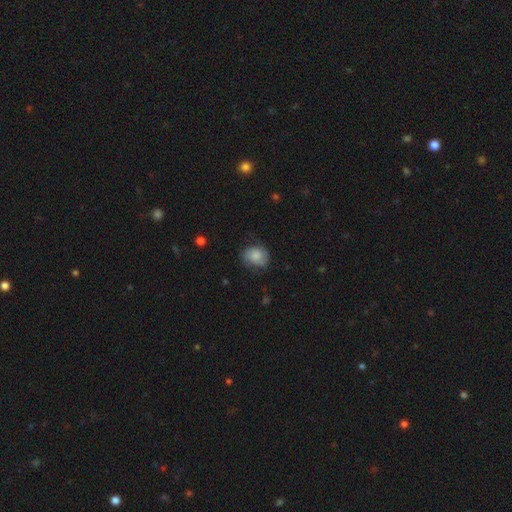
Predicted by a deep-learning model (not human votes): smooth_or_featured: smooth (p=0.68) [alt: featured or disk p=0.24]
how_rounded: round (p=0.56) [alt: in between p=0.44]
merging: none (p=0.63) [alt: minor disturbance p=0.27]